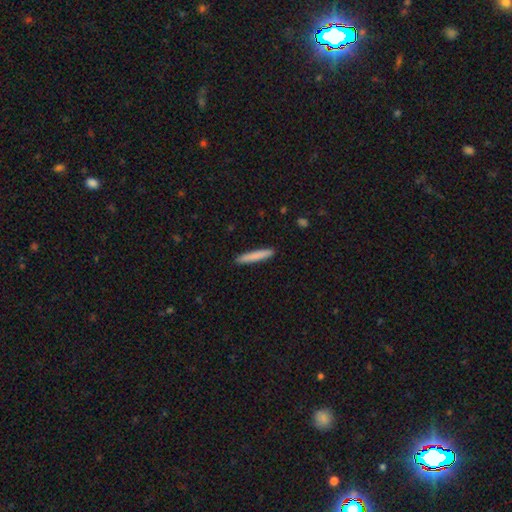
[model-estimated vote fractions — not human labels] A smooth galaxy with no disk features (82%) that is cigar-shaped (95%). Merging: none (91%).